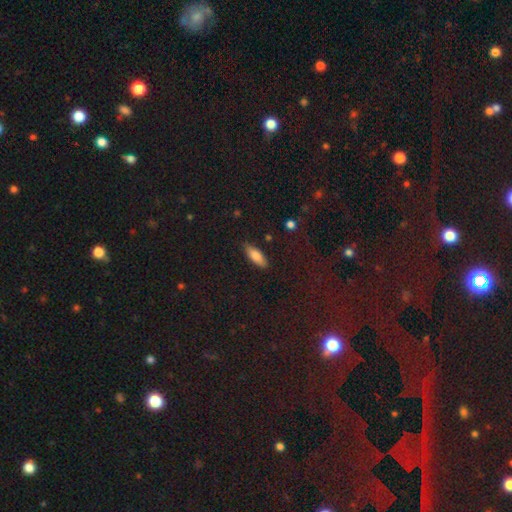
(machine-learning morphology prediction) Smooth or featured? Predicted: smooth (p=0.79). How rounded? Predicted: in between (p=0.61). Merging? Predicted: none (p=0.84).